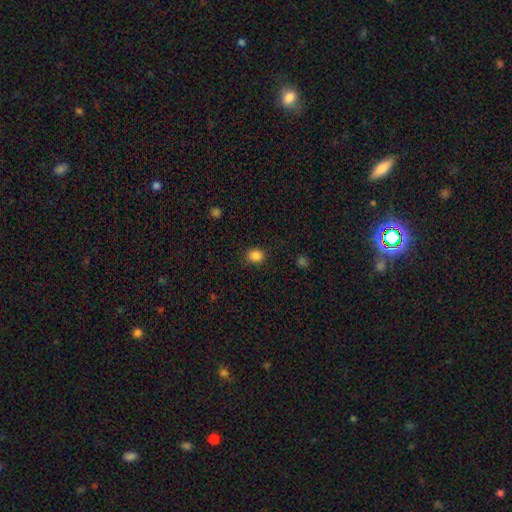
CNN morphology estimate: This appears to be a smooth galaxy with no disk features (86%) that is round (63%). Merging: none (88%).